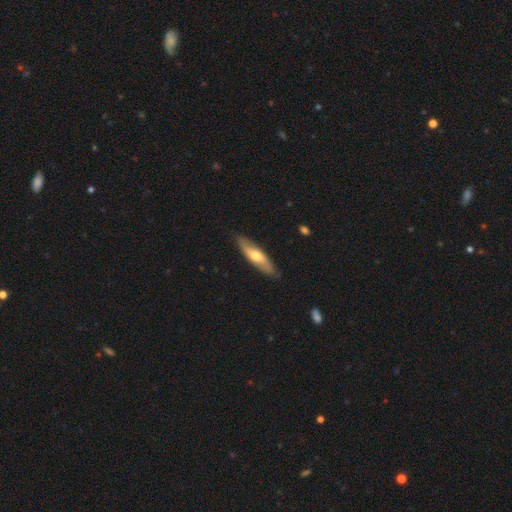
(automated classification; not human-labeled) A featured or disk galaxy (48%). Merging: none (85%).